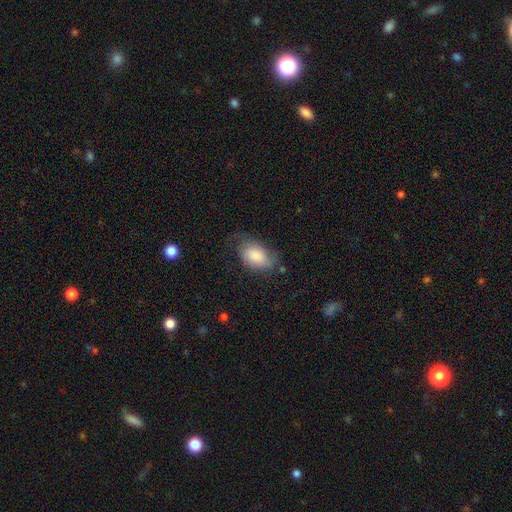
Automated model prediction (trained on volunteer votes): Overall: smooth (72%). How rounded: in between (88%). Merging: none (48%; minor disturbance 33%).